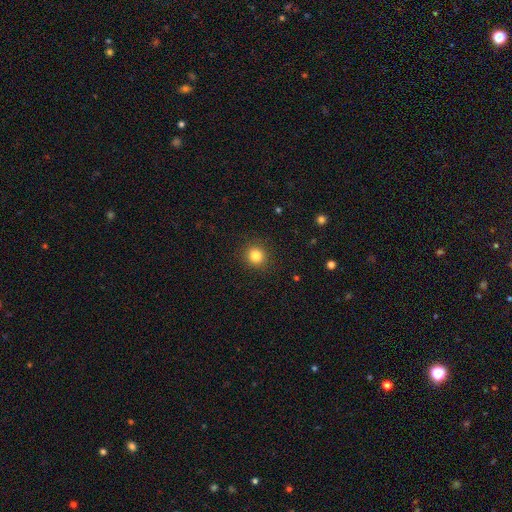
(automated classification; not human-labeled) The model was most divided on "smooth or featured": smooth: 84%, star or artifact: 11%, featured or disk: 5%. More confident: how rounded — round (91%); merging — none (91%).